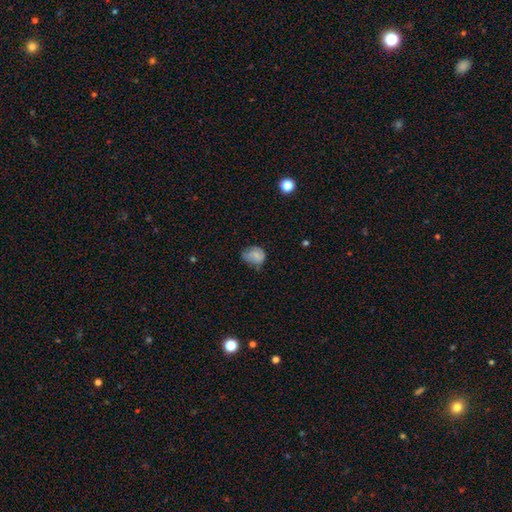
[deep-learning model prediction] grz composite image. It shows a smooth galaxy with no disk features (74%) that is round (55%). Merging: none (46%).